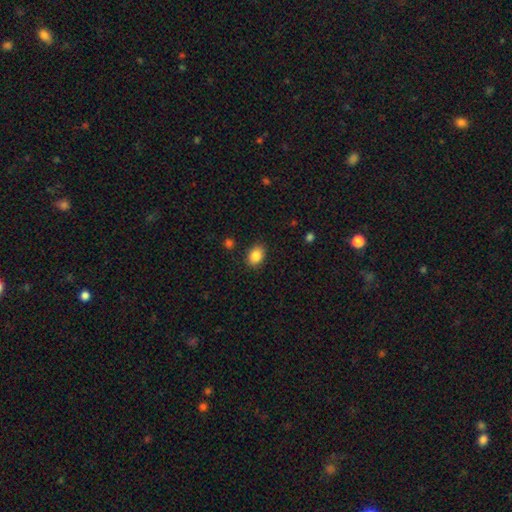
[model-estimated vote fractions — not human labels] smooth_or_featured: smooth (p=0.86) [alt: star or artifact p=0.09]
how_rounded: in between (p=0.70) [alt: round p=0.29]
merging: none (p=0.87) [alt: minor disturbance p=0.09]